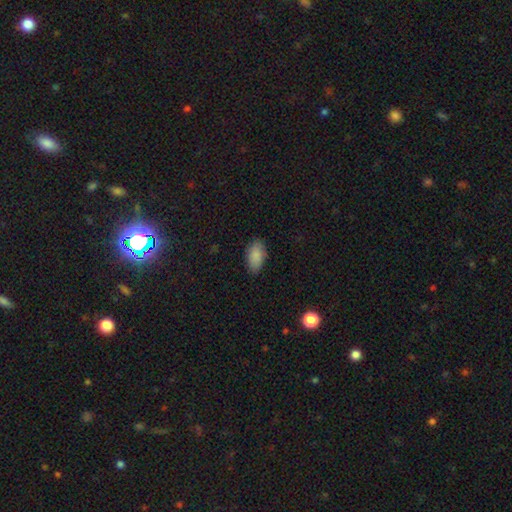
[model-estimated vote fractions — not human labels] Smooth or featured: smooth — 88% (star or artifact — 7%)
How rounded: in between — 94% (round — 3%)
Merging: none — 84% (minor disturbance — 13%)